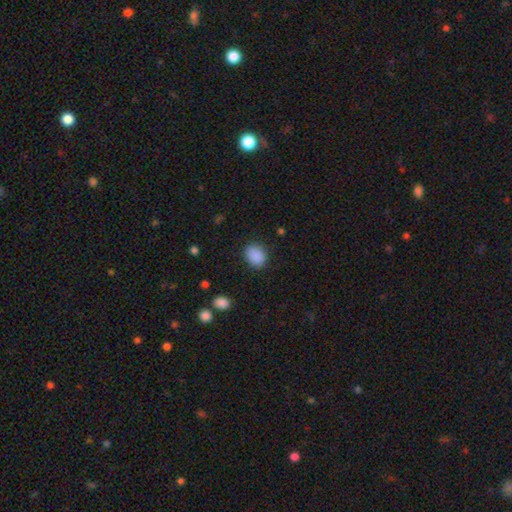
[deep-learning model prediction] Overall: smooth (88%). How rounded: in between (53%; round 46%). Merging: none (84%).